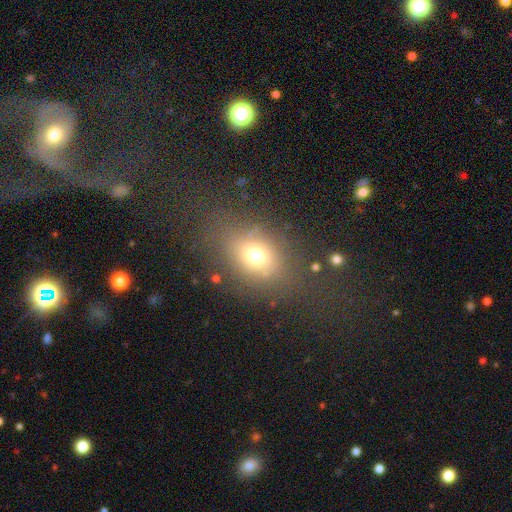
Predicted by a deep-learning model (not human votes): smooth_or_featured: smooth (p=0.69) [alt: star or artifact p=0.17]
how_rounded: in between (p=0.56) [alt: round p=0.42]
merging: none (p=0.73) [alt: minor disturbance p=0.13]